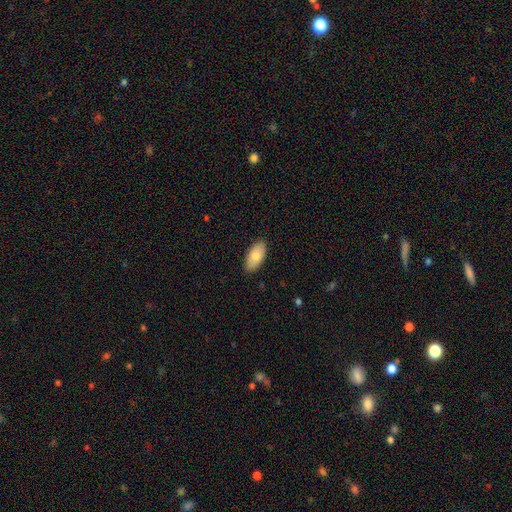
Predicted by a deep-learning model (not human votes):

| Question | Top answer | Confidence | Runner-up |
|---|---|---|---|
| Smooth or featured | smooth | 81% | featured or disk (13%) |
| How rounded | in between | 93% | cigar-shaped (5%) |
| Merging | none | 88% | minor disturbance (9%) |